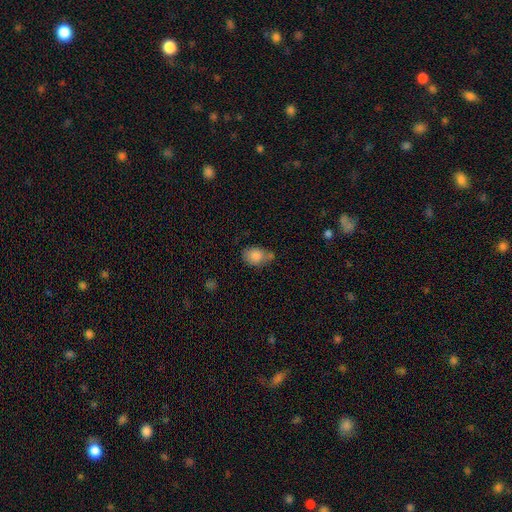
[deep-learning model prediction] smooth-or-featured: smooth: 84% | star or artifact: 9% | featured or disk: 8%
  how-rounded: in between: 65% | round: 33% | cigar-shaped: 1%
  merging: none: 48% | minor disturbance: 26% | merger: 19% | major disturbance: 7%